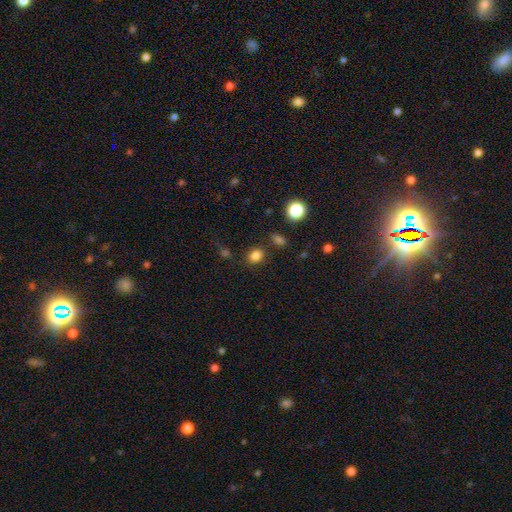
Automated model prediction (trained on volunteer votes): Smooth or featured? Predicted: smooth (p=0.82). How rounded? Predicted: round (p=0.56). Merging? Predicted: none (p=0.81).